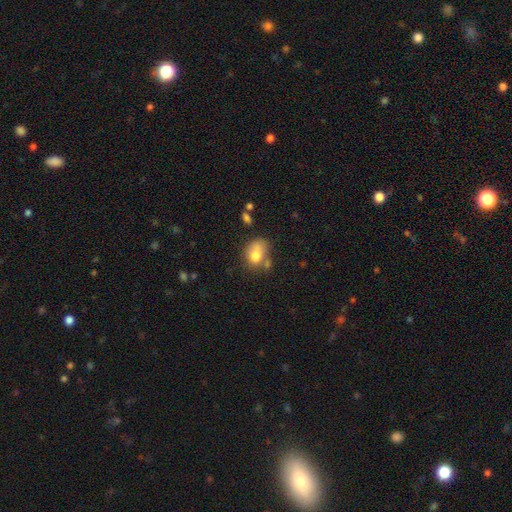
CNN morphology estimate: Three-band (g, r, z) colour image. It shows a smooth galaxy with no disk features (75%) that is in between round and cigar-shaped (63%). Merging: none (39%).